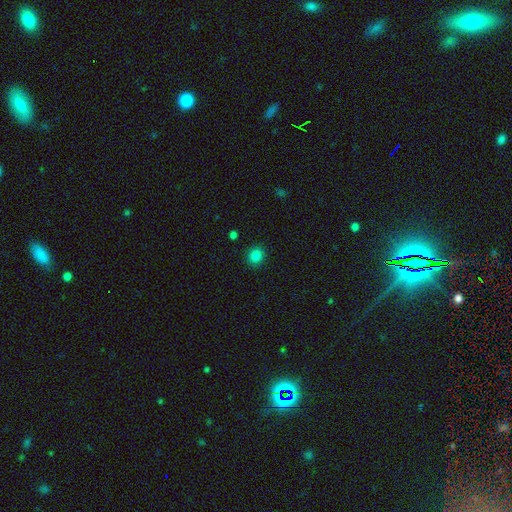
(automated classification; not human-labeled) This appears to be a smooth galaxy with no disk features (83%) that is round (76%). Merging: none (90%).